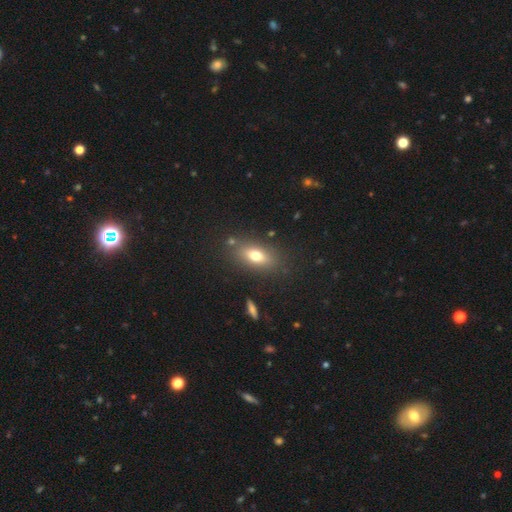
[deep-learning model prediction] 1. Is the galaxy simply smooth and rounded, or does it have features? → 71% smooth, 18% featured or disk, 11% star or artifact.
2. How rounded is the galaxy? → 79% in between, 13% cigar-shaped, 8% round.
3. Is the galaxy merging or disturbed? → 82% none, 11% minor disturbance, 4% major disturbance, 4% merger.